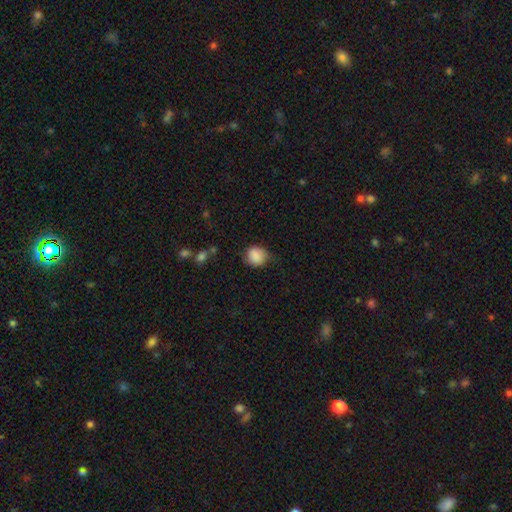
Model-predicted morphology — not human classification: Overall: smooth (86%). How rounded: round (74%). Merging: none (66%; minor disturbance 26%).